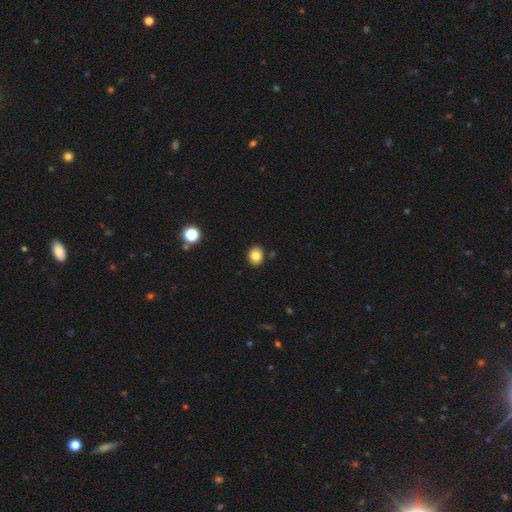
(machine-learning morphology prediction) Smooth or featured? smooth (84%)
How rounded? round (59%)
Merging? none (88%)